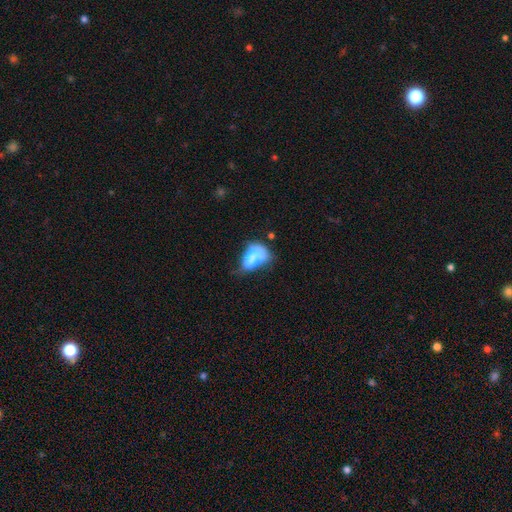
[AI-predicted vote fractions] Smooth or featured: smooth — 63% (featured or disk — 27%)
How rounded: in between — 86% (round — 9%)
Merging: major disturbance — 31% (minor disturbance — 26%)